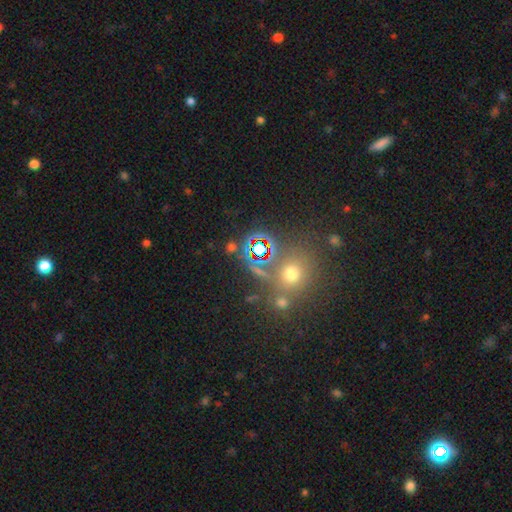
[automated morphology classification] smooth-or-featured: star or artifact: 48% | smooth: 39% | featured or disk: 13%